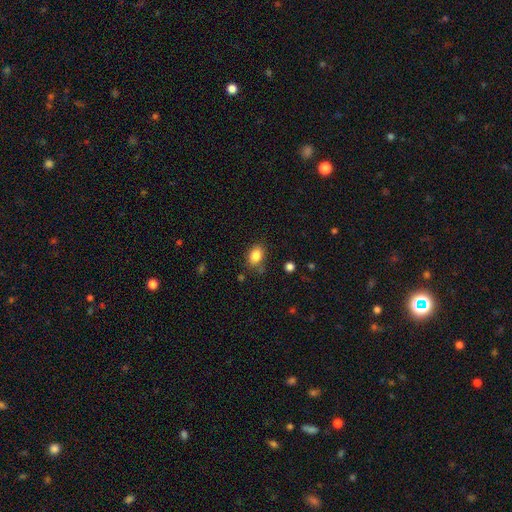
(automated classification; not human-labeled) Smooth or featured?
  - smooth: 85% *
  - star or artifact: 9%
  - featured or disk: 6%
How rounded?
  - in between: 77% *
  - round: 22%
  - cigar-shaped: 1%
Merging?
  - none: 76% *
  - minor disturbance: 16%
  - major disturbance: 4%
  - merger: 4%